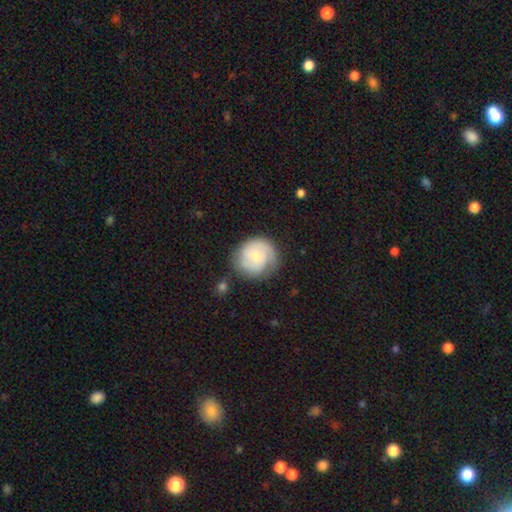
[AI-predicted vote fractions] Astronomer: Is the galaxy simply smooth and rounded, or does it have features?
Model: featured or disk — 58% (runner-up: smooth, 35%).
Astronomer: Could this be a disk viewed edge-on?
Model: no — 98%.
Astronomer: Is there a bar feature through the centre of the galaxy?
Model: no — 69%.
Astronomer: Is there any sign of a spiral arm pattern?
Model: yes — 89%.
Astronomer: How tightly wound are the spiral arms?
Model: tight — 54% (runner-up: medium, 35%).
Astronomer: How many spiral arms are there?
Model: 2 — 51%.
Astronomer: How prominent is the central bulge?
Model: small — 49% (runner-up: moderate, 42%).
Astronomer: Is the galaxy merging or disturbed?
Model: none — 72%.